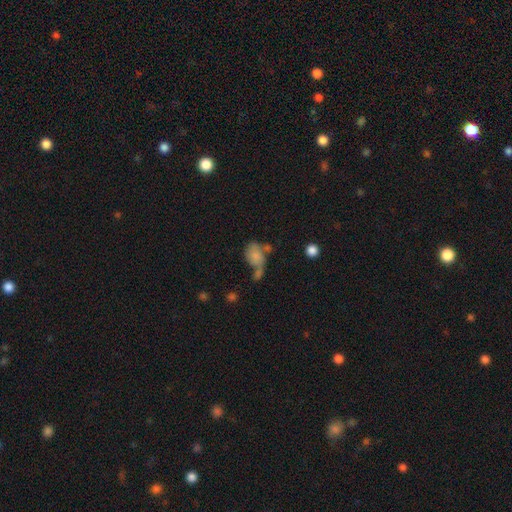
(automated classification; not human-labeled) A smooth galaxy with no disk features (66%) that is in between round and cigar-shaped (77%). Merging: merger (38%).